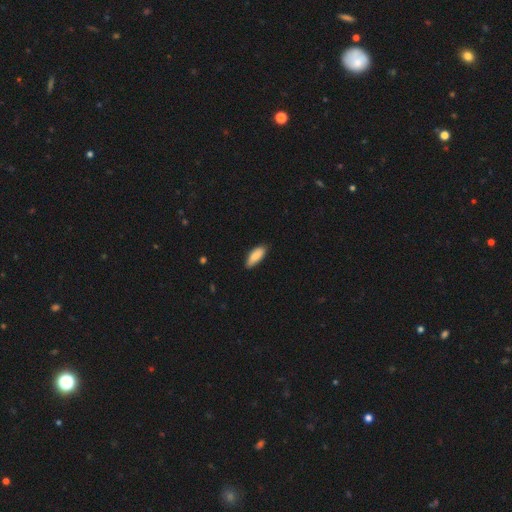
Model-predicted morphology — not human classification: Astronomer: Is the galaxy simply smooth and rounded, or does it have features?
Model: smooth — 85%.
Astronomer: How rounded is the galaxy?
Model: in between — 76%.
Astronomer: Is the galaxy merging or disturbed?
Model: none — 81%.